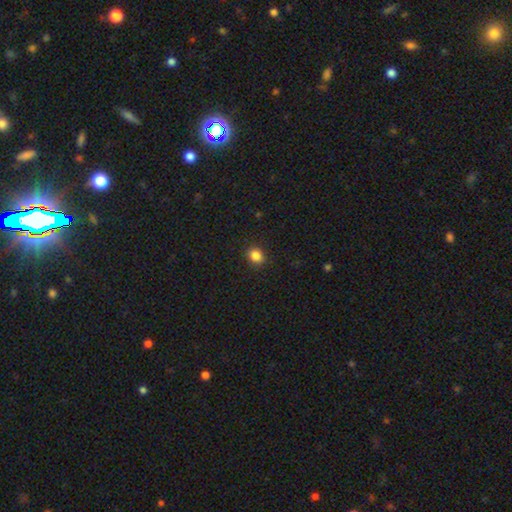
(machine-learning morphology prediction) Smooth or featured? Predicted: smooth (p=0.85). How rounded? Predicted: round (p=0.68). Merging? Predicted: none (p=0.90).